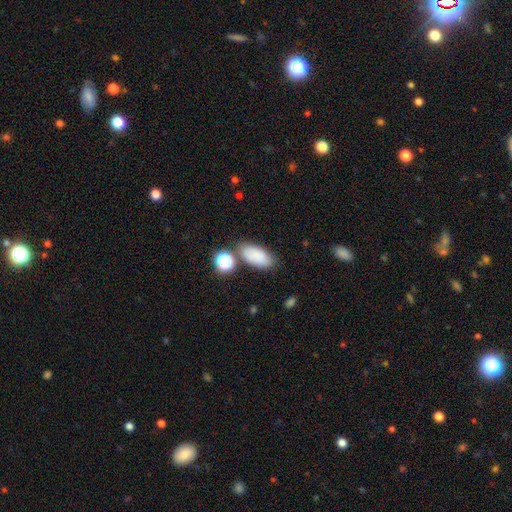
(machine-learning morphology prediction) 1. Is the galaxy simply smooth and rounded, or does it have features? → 83% smooth, 9% star or artifact, 7% featured or disk.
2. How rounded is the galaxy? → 90% in between, 5% cigar-shaped, 5% round.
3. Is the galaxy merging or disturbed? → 72% none, 14% minor disturbance, 10% merger, 4% major disturbance.